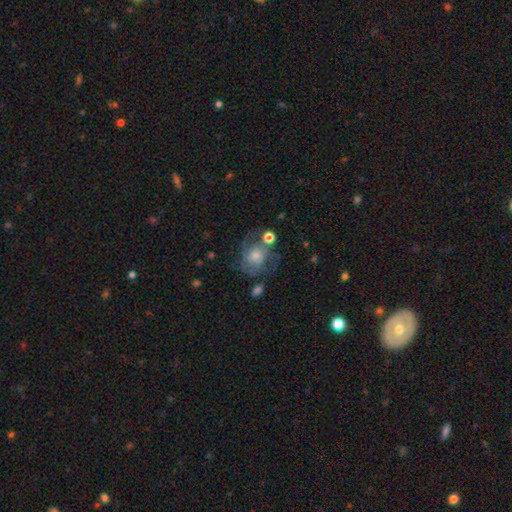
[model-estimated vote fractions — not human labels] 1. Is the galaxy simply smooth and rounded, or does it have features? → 64% featured or disk, 26% smooth, 10% star or artifact.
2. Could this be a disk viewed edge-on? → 97% no, 3% yes.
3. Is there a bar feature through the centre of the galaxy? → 77% no, 20% weak, 3% strong.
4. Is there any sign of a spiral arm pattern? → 83% yes, 17% no.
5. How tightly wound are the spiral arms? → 45% medium, 36% tight, 19% loose.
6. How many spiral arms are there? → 44% 2, 28% can't tell, 14% 3, 6% 1, 4% 4, 3% more than 4.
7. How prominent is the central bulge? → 47% moderate, 36% small, 10% large, 5% none, 2% dominant.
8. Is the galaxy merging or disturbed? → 53% none, 20% minor disturbance, 18% major disturbance, 8% merger.